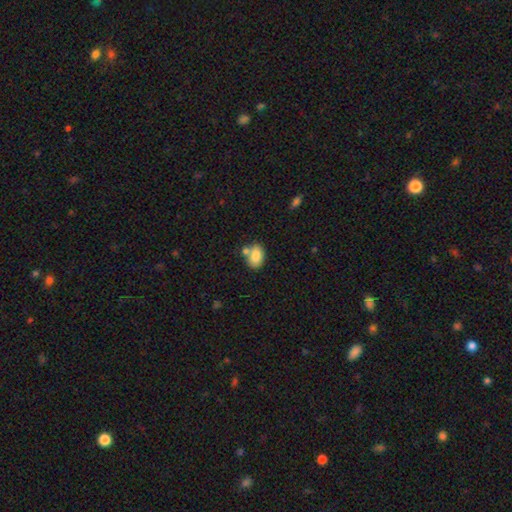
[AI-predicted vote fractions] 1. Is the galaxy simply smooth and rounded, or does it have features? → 83% smooth, 9% featured or disk, 8% star or artifact.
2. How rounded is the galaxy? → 81% in between, 17% round, 1% cigar-shaped.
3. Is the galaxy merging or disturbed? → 58% none, 23% merger, 15% minor disturbance, 4% major disturbance.